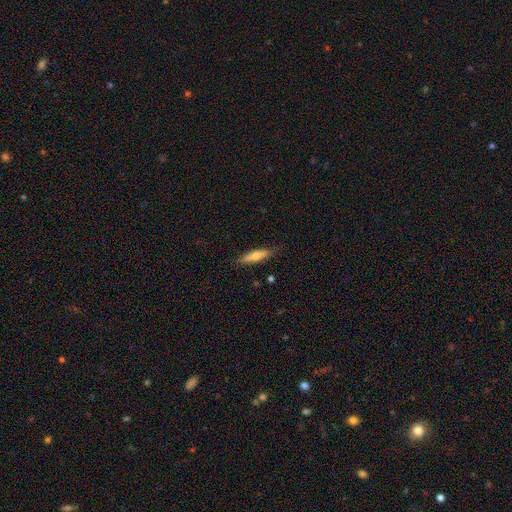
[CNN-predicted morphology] smooth-or-featured: smooth: 59% | featured or disk: 35% | star or artifact: 6%
  how-rounded: cigar-shaped: 78% | in between: 21% | round: 2%
  merging: none: 86% | minor disturbance: 11% | major disturbance: 2% | merger: 1%